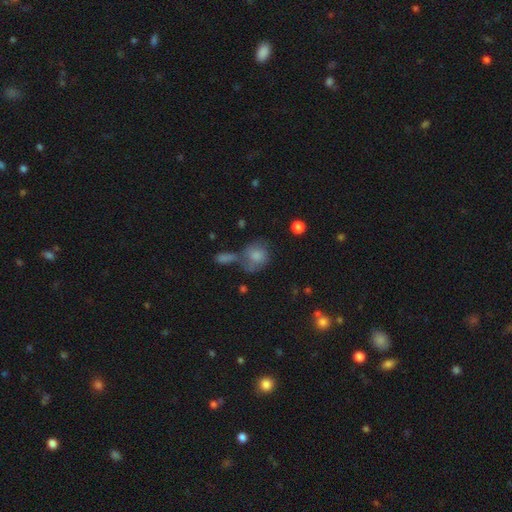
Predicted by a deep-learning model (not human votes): Morphology: type=smooth (77%); roundness=round (70%); merging=none (38%).